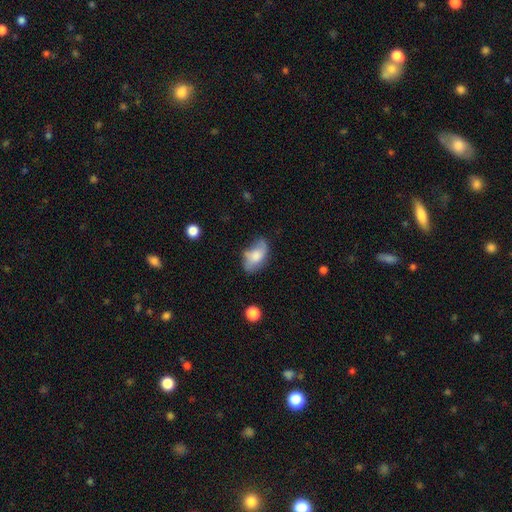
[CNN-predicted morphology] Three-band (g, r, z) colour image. It shows a smooth galaxy with no disk features (67%) that is in between round and cigar-shaped (91%). Merging: none (44%).